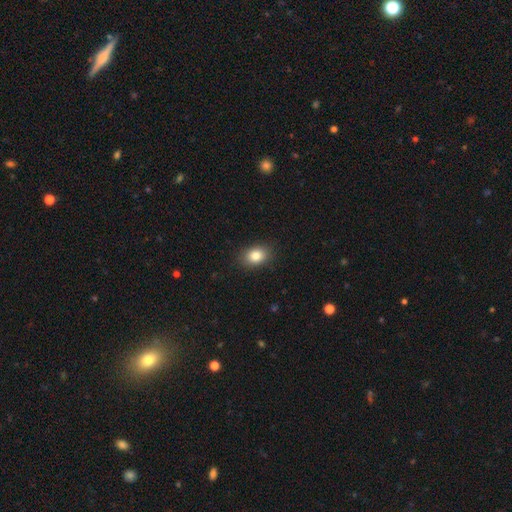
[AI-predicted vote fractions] smooth-or-featured: smooth: 84% | star or artifact: 9% | featured or disk: 7%
  how-rounded: in between: 69% | round: 30% | cigar-shaped: 1%
  merging: none: 88% | minor disturbance: 9% | major disturbance: 2% | merger: 1%